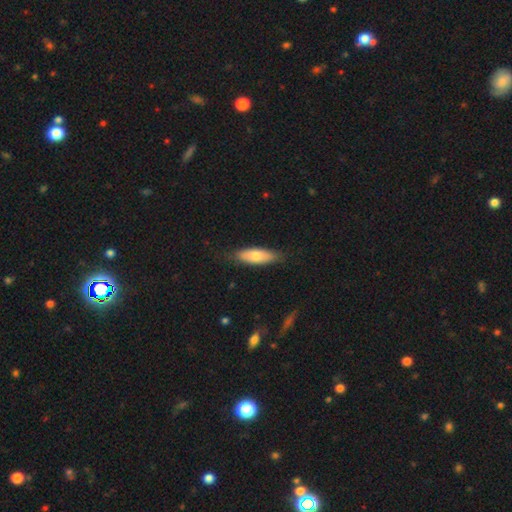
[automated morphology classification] type=smooth (72%); roundness=in between (61%); merging=none (81%).